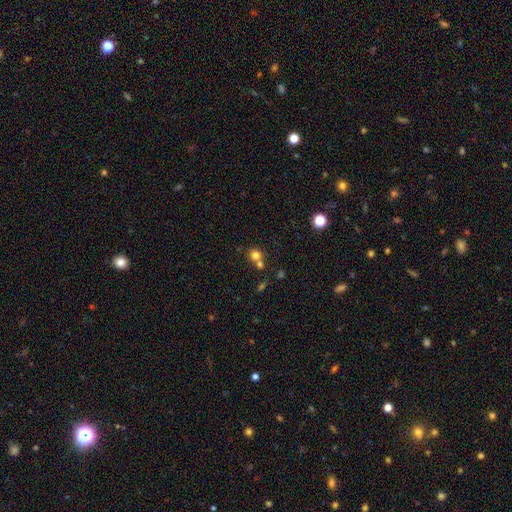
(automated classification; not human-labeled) Q: Smooth or featured?
A: smooth (76%); runner-up: star or artifact (15%)
Q: How rounded?
A: round (85%); runner-up: in between (14%)
Q: Merging?
A: none (51%); runner-up: merger (38%)